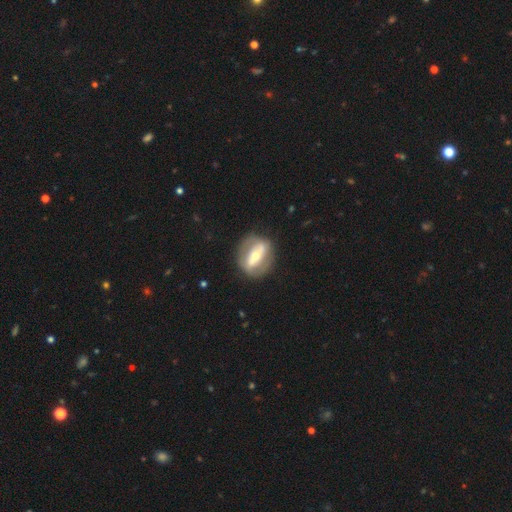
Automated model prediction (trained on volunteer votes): smooth-or-featured: featured or disk: 69% | smooth: 25% | star or artifact: 6%
  disk-edge-on: no: 84% | yes: 16%
    bar: strong: 70% | weak: 17% | no: 13%
    has-spiral-arms: no: 62% | yes: 38%
    bulge-size: moderate: 57% | small: 35% | large: 6% | dominant: 1% | none: 1%
  merging: none: 79% | minor disturbance: 13% | major disturbance: 6% | merger: 2%